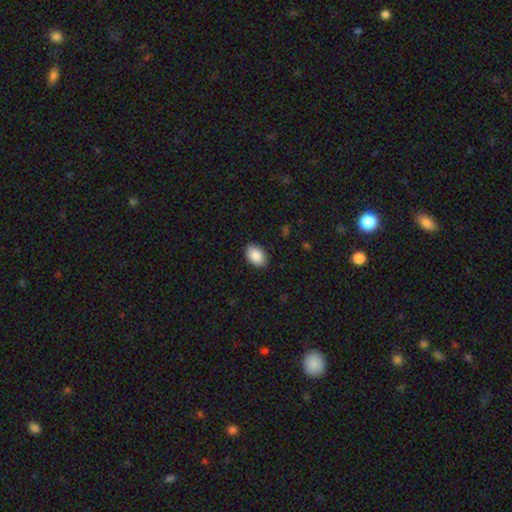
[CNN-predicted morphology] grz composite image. It shows a smooth galaxy with no disk features (89%) that is in between round and cigar-shaped (88%). Merging: none (89%).